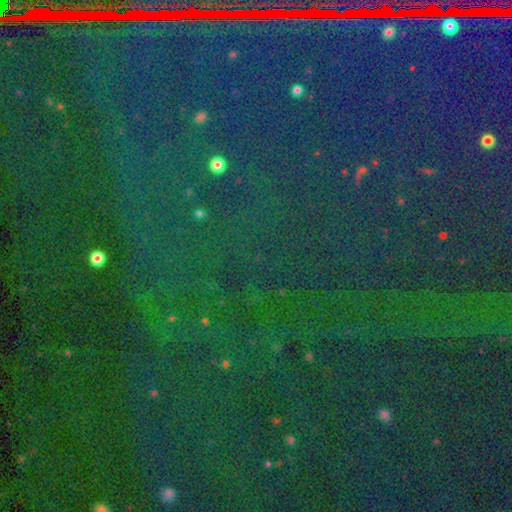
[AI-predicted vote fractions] A star or artifact, not a galaxy (84%).

Vote fractions:
- Smooth or featured? star or artifact: 84% / smooth: 8% / featured or disk: 7%